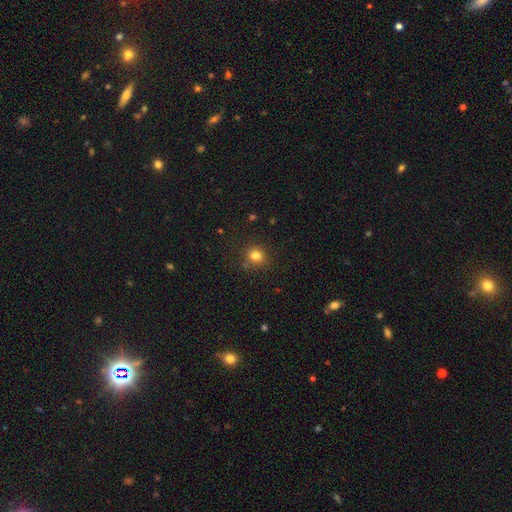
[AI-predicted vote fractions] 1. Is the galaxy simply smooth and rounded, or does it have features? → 80% smooth, 14% star or artifact, 6% featured or disk.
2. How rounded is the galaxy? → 88% round, 11% in between, 1% cigar-shaped.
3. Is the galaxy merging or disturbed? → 84% none, 10% minor disturbance, 3% merger, 3% major disturbance.